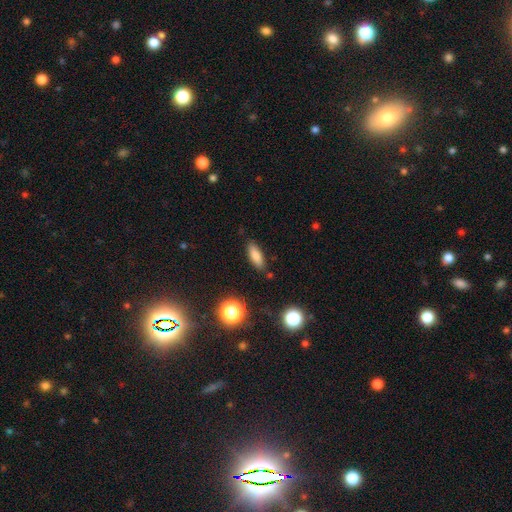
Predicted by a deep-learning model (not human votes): Smooth or featured?
  - smooth: 80% *
  - star or artifact: 10%
  - featured or disk: 9%
How rounded?
  - in between: 63% *
  - cigar-shaped: 33%
  - round: 4%
Merging?
  - none: 84% *
  - minor disturbance: 11%
  - major disturbance: 3%
  - merger: 2%